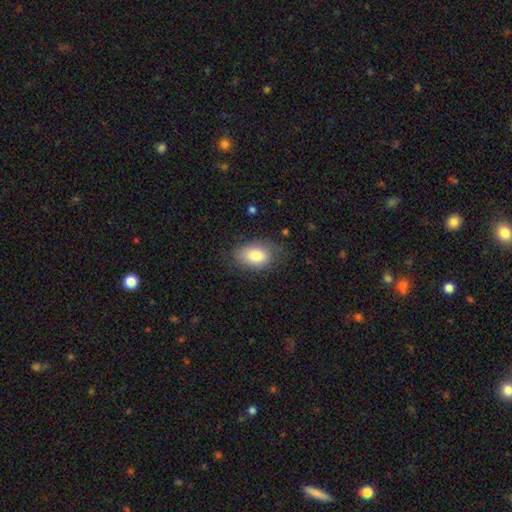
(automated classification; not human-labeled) This appears to be a smooth galaxy with no disk features (82%) that is in between round and cigar-shaped (87%). Merging: none (71%).